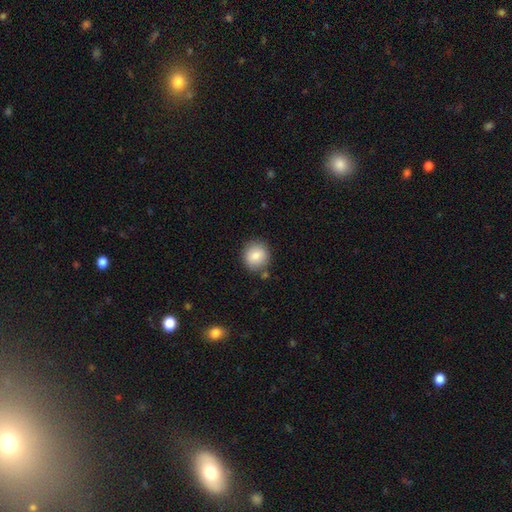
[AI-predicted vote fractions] Q: Smooth or featured?
A: smooth (82%); runner-up: featured or disk (10%)
Q: How rounded?
A: round (89%); runner-up: in between (10%)
Q: Merging?
A: none (83%); runner-up: minor disturbance (10%)